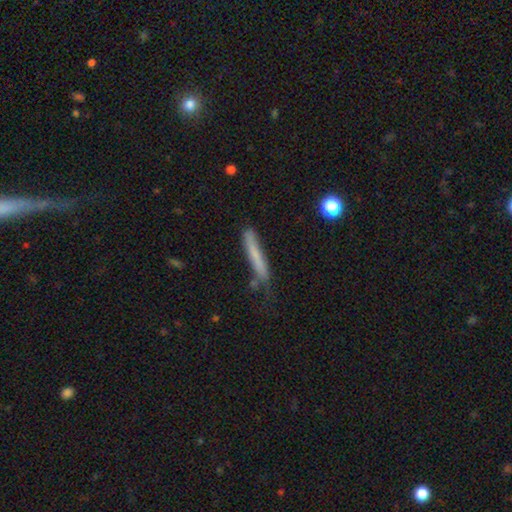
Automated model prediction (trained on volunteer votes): This is likely a smooth galaxy (65%). How rounded: clearly cigar-shaped (94%). Merging: likely none (62%).